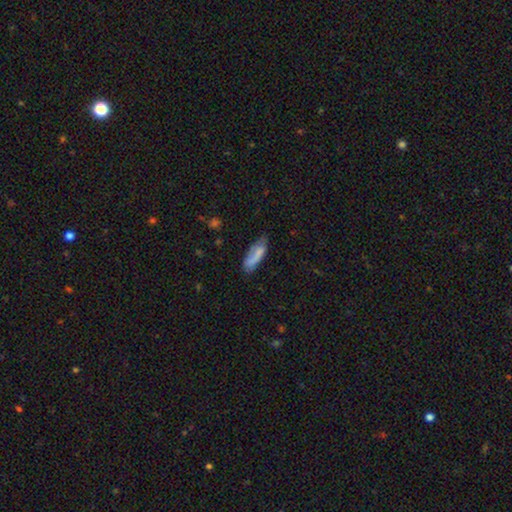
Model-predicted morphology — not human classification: This is likely a smooth galaxy (75%). How rounded: possibly in between (56%). Merging: possibly none (53%).